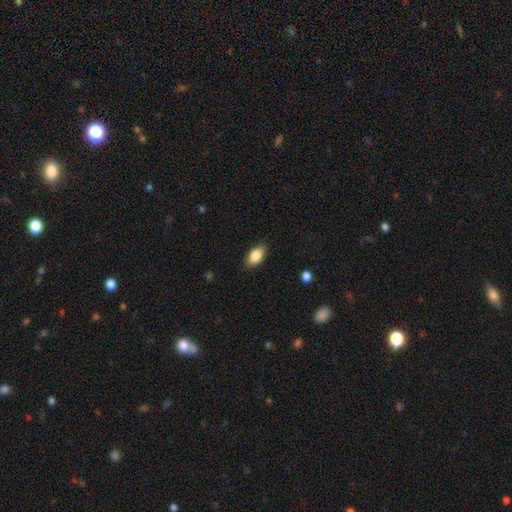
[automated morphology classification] Smooth or featured?
  - smooth: 85% *
  - featured or disk: 8%
  - star or artifact: 7%
How rounded?
  - in between: 90% *
  - round: 5%
  - cigar-shaped: 4%
Merging?
  - none: 86% *
  - minor disturbance: 11%
  - major disturbance: 2%
  - merger: 1%